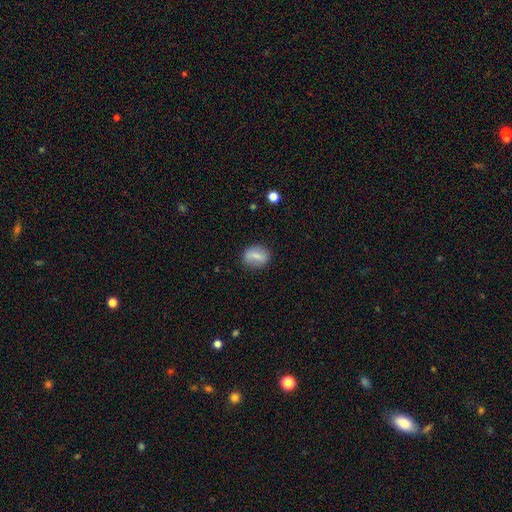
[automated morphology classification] A smooth galaxy with no disk features (65%) that is in between round and cigar-shaped (56%). Merging: none (78%).